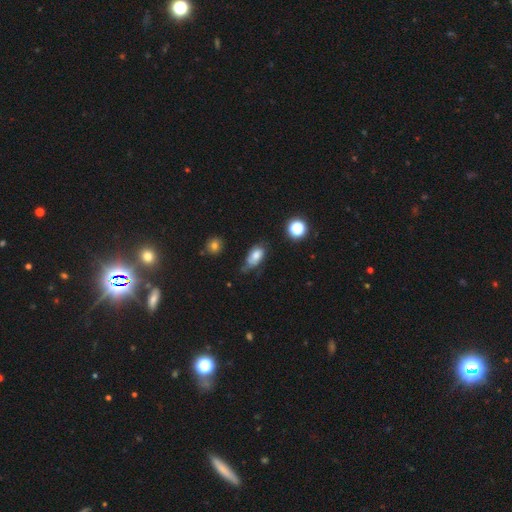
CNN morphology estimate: type=smooth (64%); roundness=in between (88%); merging=minor disturbance (39%).